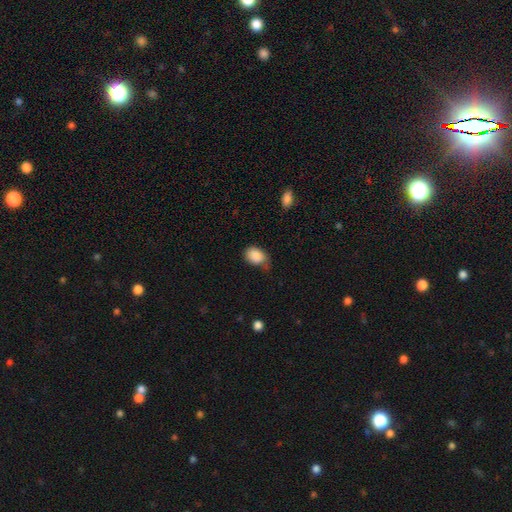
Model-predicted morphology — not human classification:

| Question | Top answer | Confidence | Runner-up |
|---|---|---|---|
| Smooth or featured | smooth | 87% | star or artifact (8%) |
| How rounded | in between | 74% | round (25%) |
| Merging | none | 48% | minor disturbance (38%) |